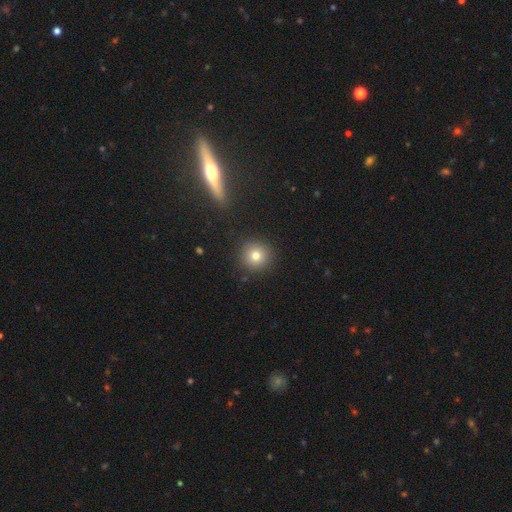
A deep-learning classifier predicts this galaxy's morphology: Smooth or featured?
  - smooth: 77% *
  - star or artifact: 13%
  - featured or disk: 9%
How rounded?
  - round: 94% *
  - in between: 5%
  - cigar-shaped: 1%
Merging?
  - none: 90% *
  - minor disturbance: 6%
  - major disturbance: 2%
  - merger: 2%